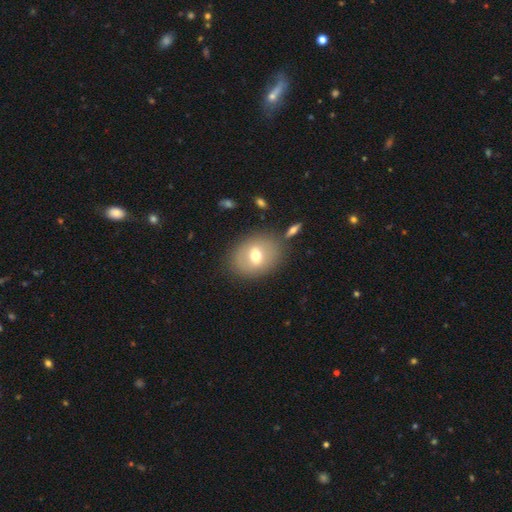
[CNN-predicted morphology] Overall: smooth (60%; featured or disk 31%). How rounded: round (51%; in between 48%). Merging: none (78%).